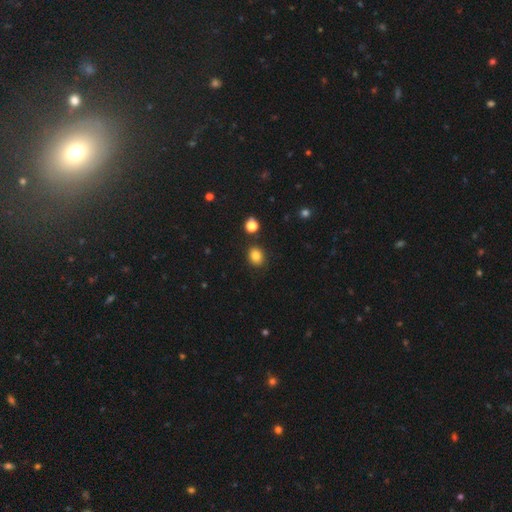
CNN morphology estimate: smooth 83%, star or artifact 12%, featured or disk 5%. Down the decision tree: how rounded — round (64%); merging — none (86%).